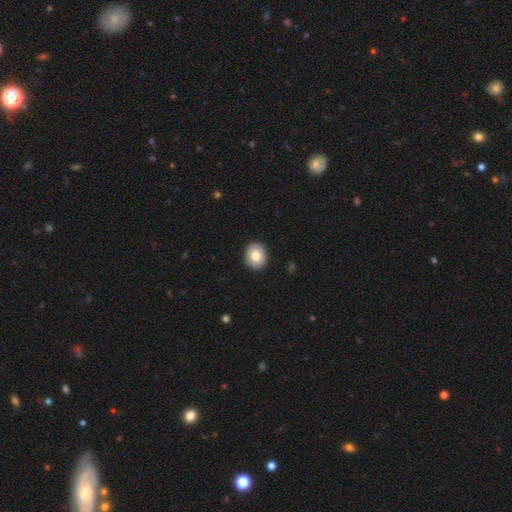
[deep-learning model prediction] The model was most divided on "how rounded": round: 63%, in between: 36%, cigar-shaped: 1%. More confident: merging — none (92%); smooth or featured — smooth (82%).